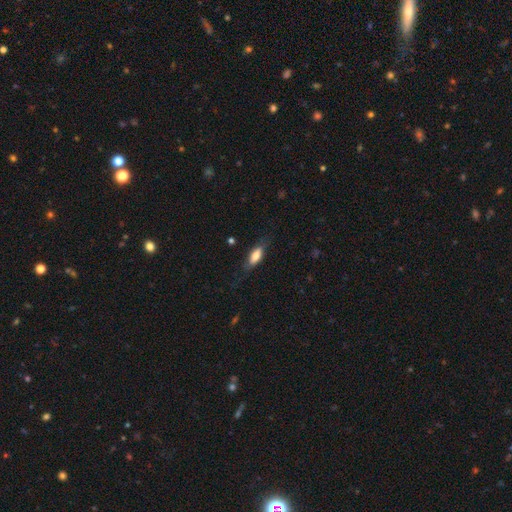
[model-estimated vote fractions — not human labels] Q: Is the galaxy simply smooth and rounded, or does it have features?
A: smooth — 72%.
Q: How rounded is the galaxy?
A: in between — 68%.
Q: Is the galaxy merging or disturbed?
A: none — 68%.